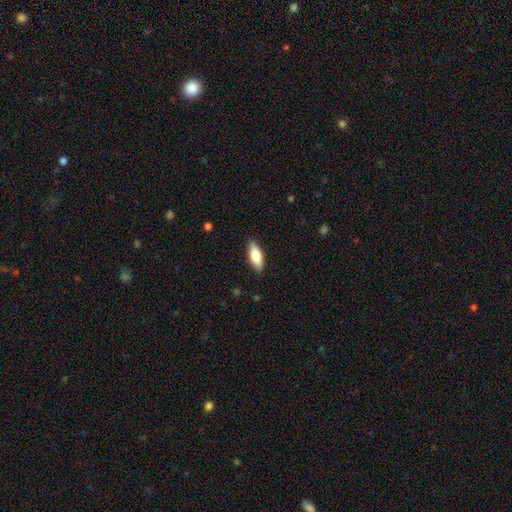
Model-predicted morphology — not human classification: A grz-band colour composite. It shows a smooth galaxy with no disk features (76%) that is in between round and cigar-shaped (70%). Merging: none (88%).